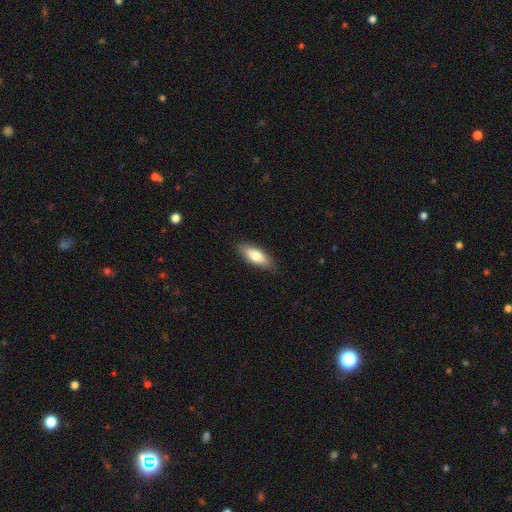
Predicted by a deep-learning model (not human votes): A smooth galaxy with no disk features (75%) that is in between round and cigar-shaped (67%).

Vote fractions:
- Smooth or featured? smooth: 75% / featured or disk: 19% / star or artifact: 6%
- How rounded? in between: 67% / cigar-shaped: 31% / round: 2%
- Merging? none: 86% / minor disturbance: 11% / major disturbance: 2% / merger: 1%